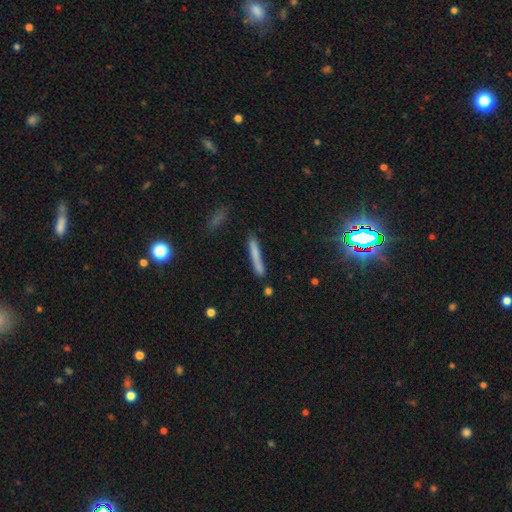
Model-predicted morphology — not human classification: Smooth or featured? smooth (68%)
How rounded? cigar-shaped (95%)
Merging? none (76%)